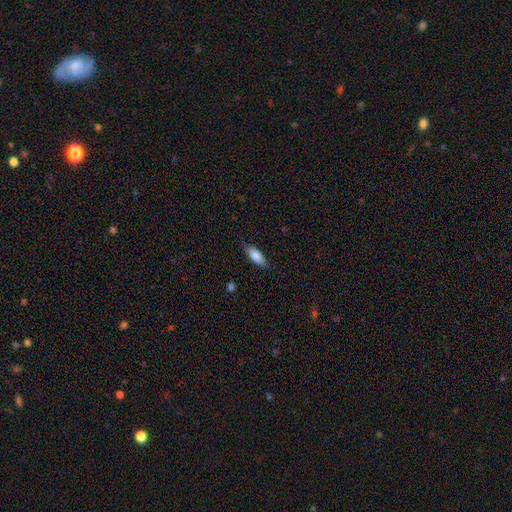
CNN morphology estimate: This is likely a smooth galaxy (79%). How rounded: likely in between (65%). Merging: likely none (79%).